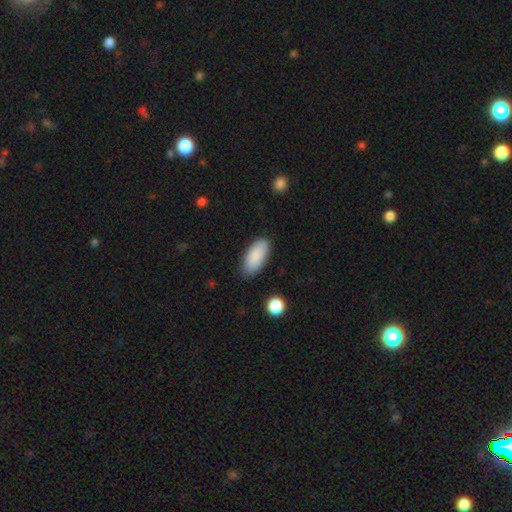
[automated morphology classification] type=smooth (89%); roundness=in between (89%); merging=none (84%).